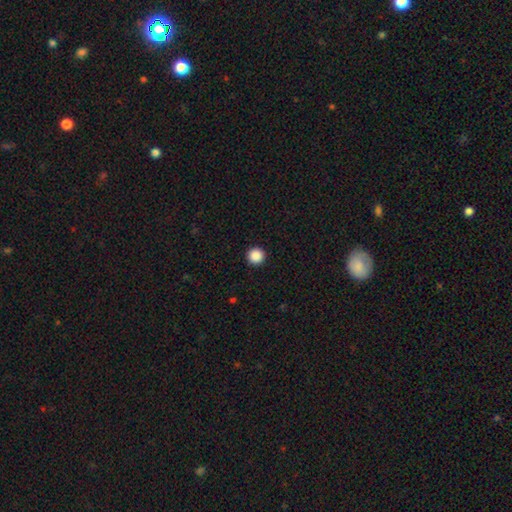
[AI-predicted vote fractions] smooth-or-featured: smooth: 89% | star or artifact: 9% | featured or disk: 2%
  how-rounded: round: 96% | in between: 3% | cigar-shaped: 1%
  merging: none: 94% | minor disturbance: 4% | major disturbance: 1% | merger: 1%